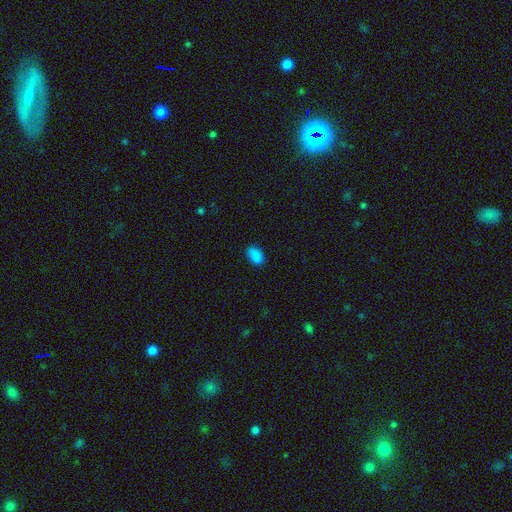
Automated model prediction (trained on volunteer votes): Smooth or featured? Predicted: smooth (p=0.86). How rounded? Predicted: in between (p=0.90). Merging? Predicted: none (p=0.78).